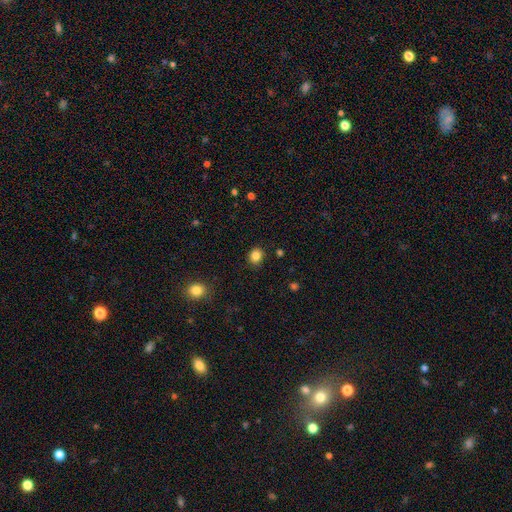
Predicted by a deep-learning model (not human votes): A smooth galaxy with no disk features (84%) that is round (77%).

Vote fractions:
- Smooth or featured? smooth: 84% / star or artifact: 11% / featured or disk: 5%
- How rounded? round: 77% / in between: 22% / cigar-shaped: 1%
- Merging? none: 89% / minor disturbance: 7% / major disturbance: 2% / merger: 1%